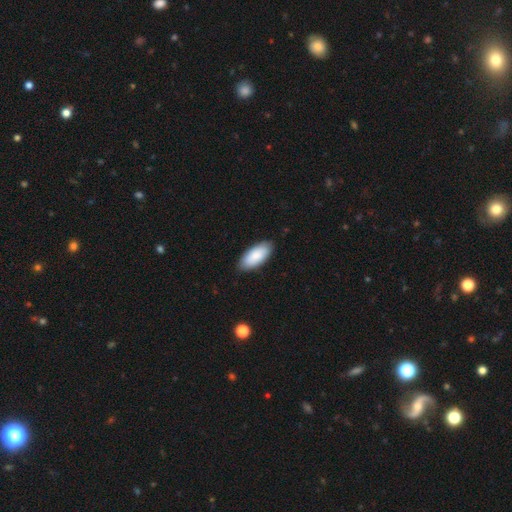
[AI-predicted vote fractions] smooth 86%, featured or disk 9%, star or artifact 5%. Down the decision tree: how rounded — in between (90%); merging — none (87%).